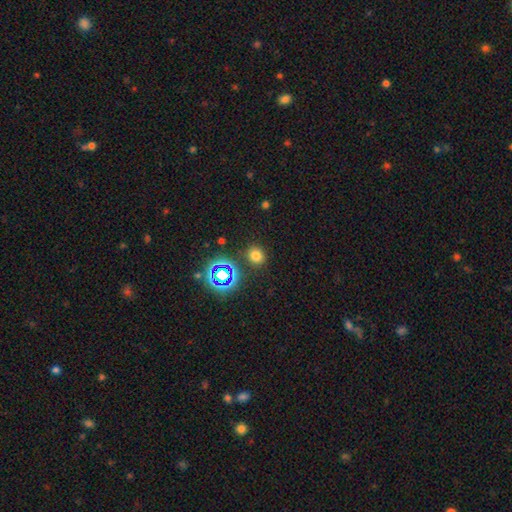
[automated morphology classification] Smooth or featured: smooth — 72% (star or artifact — 22%)
How rounded: round — 76% (in between — 23%)
Merging: none — 86% (minor disturbance — 8%)